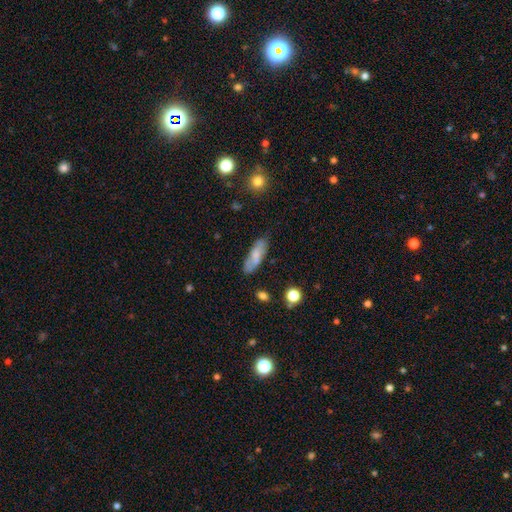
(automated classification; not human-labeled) A smooth galaxy with no disk features (66%) that is in between round and cigar-shaped (56%).

Vote fractions:
- Smooth or featured? smooth: 66% / featured or disk: 26% / star or artifact: 7%
- How rounded? in between: 56% / cigar-shaped: 42% / round: 2%
- Merging? none: 70% / minor disturbance: 20% / major disturbance: 5% / merger: 5%